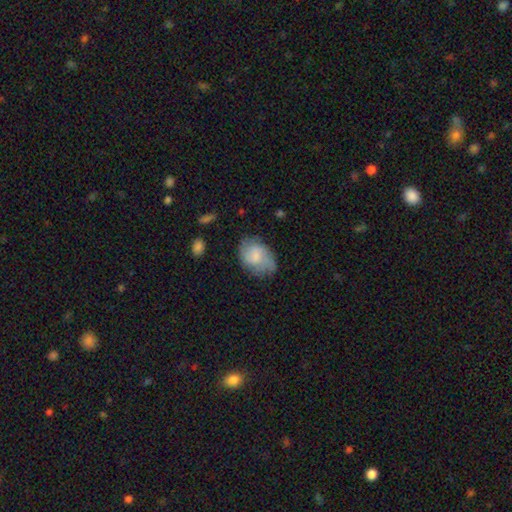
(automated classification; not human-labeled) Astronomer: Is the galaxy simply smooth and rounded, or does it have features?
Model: smooth — 60%.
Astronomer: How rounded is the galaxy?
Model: in between — 78%.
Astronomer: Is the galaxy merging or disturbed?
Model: none — 60%.